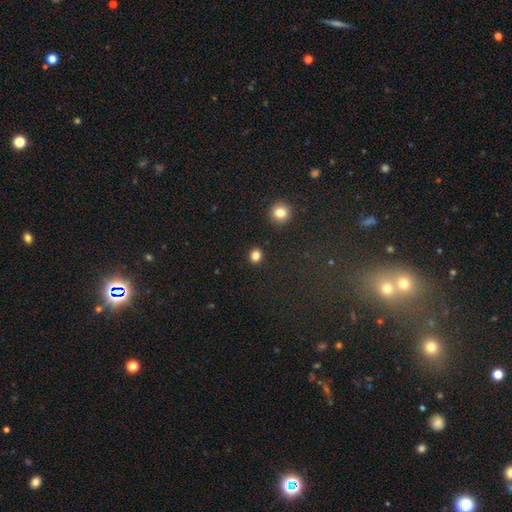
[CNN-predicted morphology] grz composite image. It shows a smooth galaxy with no disk features (83%) that is round (71%). Merging: none (90%).